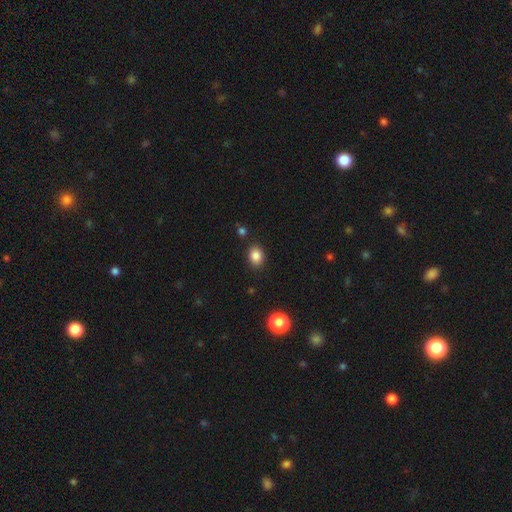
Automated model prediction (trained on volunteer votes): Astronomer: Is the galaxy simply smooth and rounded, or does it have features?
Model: smooth — 85%.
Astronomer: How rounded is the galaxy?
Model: in between — 58% (runner-up: round, 41%).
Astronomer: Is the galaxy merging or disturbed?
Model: none — 87%.